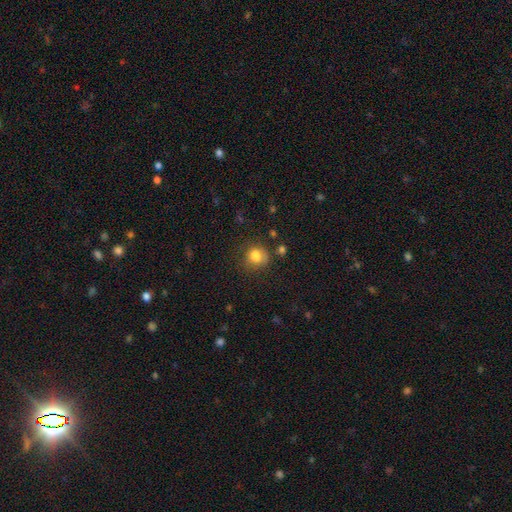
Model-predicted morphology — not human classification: Smooth or featured: smooth — 81% (star or artifact — 11%)
How rounded: round — 80% (in between — 19%)
Merging: none — 64% (minor disturbance — 23%)